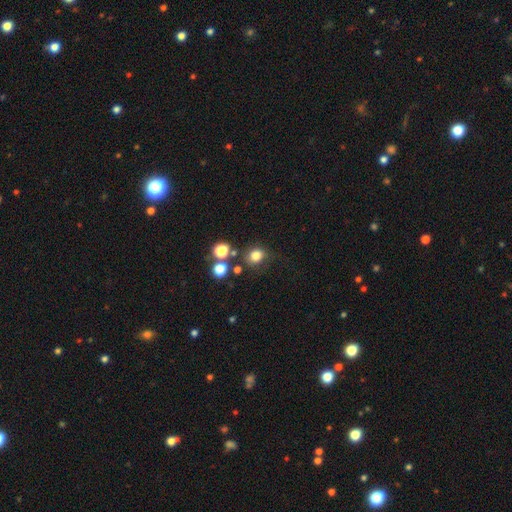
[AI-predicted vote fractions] smooth-or-featured: smooth: 79% | star or artifact: 15% | featured or disk: 6%
  how-rounded: round: 68% | in between: 31% | cigar-shaped: 1%
  merging: none: 72% | minor disturbance: 14% | merger: 8% | major disturbance: 6%